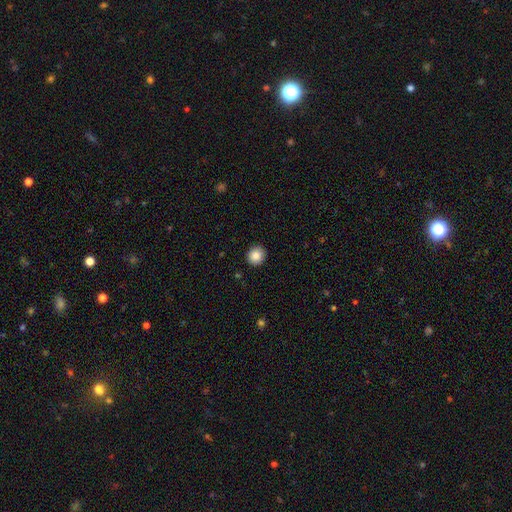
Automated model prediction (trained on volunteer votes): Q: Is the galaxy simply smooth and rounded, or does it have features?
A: smooth — 87%.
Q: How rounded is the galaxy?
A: round — 89%.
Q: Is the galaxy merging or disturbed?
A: none — 91%.